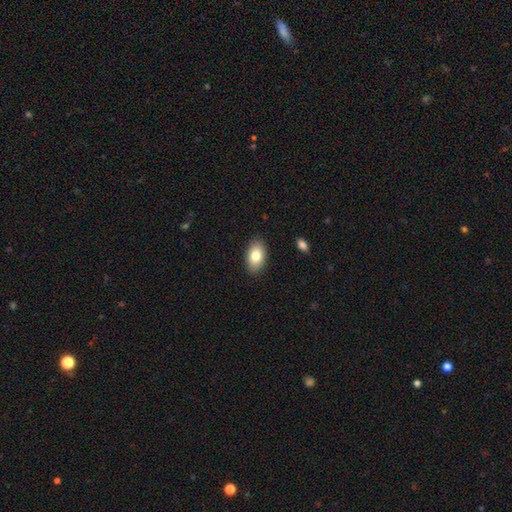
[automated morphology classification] type=smooth (82%); roundness=in between (93%); merging=none (89%).